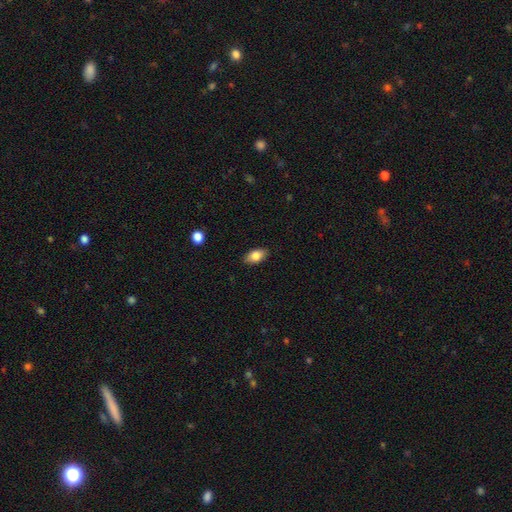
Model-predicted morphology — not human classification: This is clearly a smooth galaxy (81%). How rounded: clearly in between (90%). Merging: clearly none (87%).